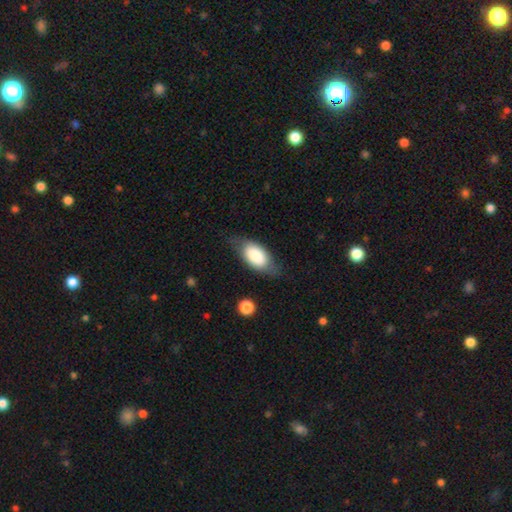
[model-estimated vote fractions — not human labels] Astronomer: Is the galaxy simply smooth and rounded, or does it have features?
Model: smooth — 78%.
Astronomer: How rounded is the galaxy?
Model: in between — 91%.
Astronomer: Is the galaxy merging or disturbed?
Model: none — 69%.